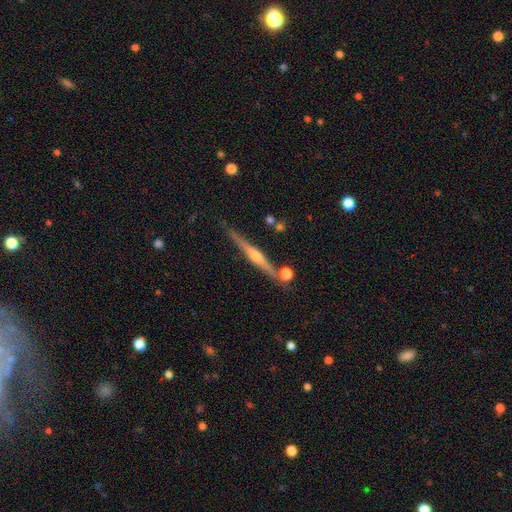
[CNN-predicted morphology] smooth_or_featured: featured or disk (p=0.81) [alt: smooth p=0.13]
disk_edge_on: yes (p=0.98) [alt: no p=0.02]
edge_on_bulge: rounded (p=0.88) [alt: none p=0.06]
merging: none (p=0.85) [alt: minor disturbance p=0.09]